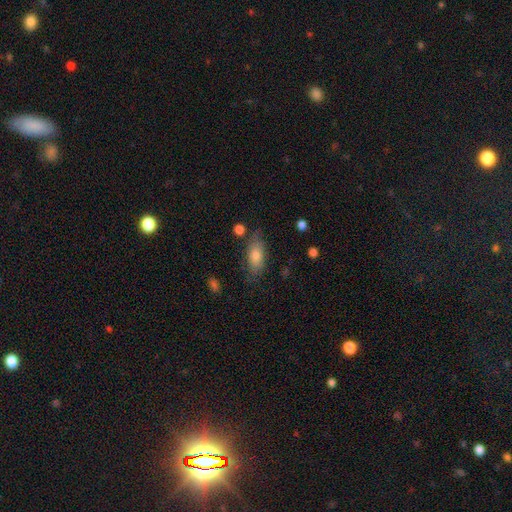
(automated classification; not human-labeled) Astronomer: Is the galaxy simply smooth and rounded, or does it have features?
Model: smooth — 73%.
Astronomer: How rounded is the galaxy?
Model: in between — 83%.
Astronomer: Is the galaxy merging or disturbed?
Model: none — 73%.